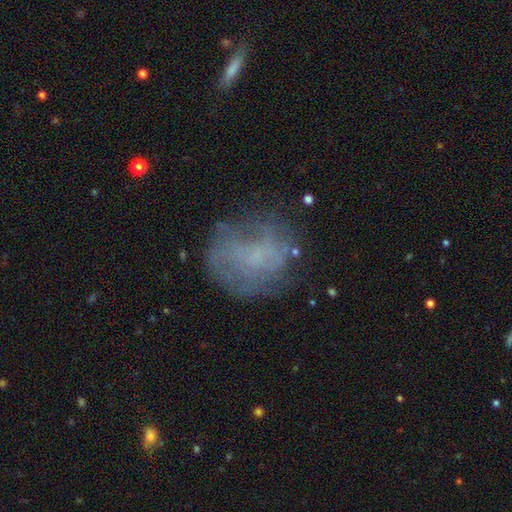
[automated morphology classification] Q: Smooth or featured?
A: featured or disk (48%); runner-up: smooth (37%)
Q: Merging?
A: none (62%); runner-up: minor disturbance (20%)